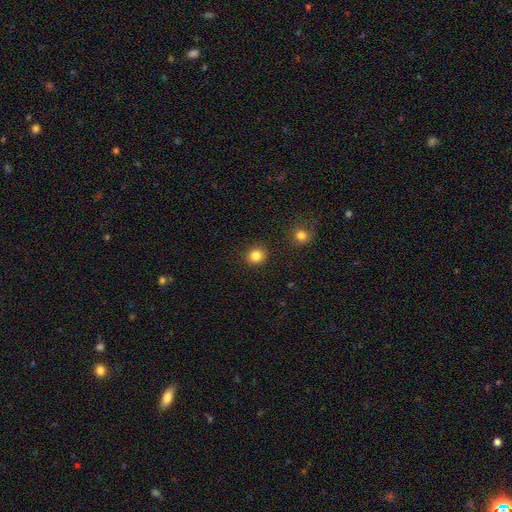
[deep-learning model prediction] Smooth or featured: smooth — 84% (star or artifact — 12%)
How rounded: round — 89% (in between — 10%)
Merging: none — 90% (minor disturbance — 6%)